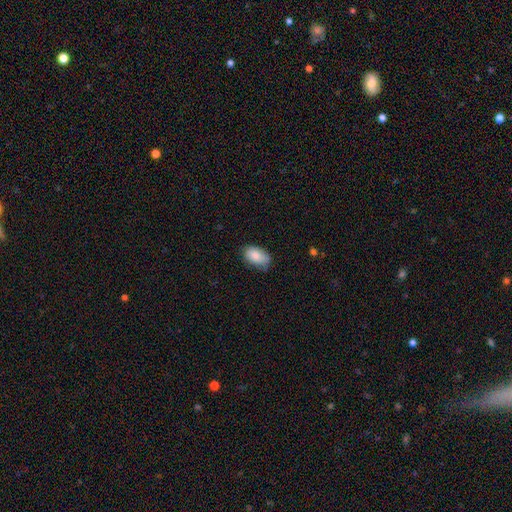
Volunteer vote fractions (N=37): Morphology: type=smooth (89%); roundness=in between (88%); merging=none (69%).